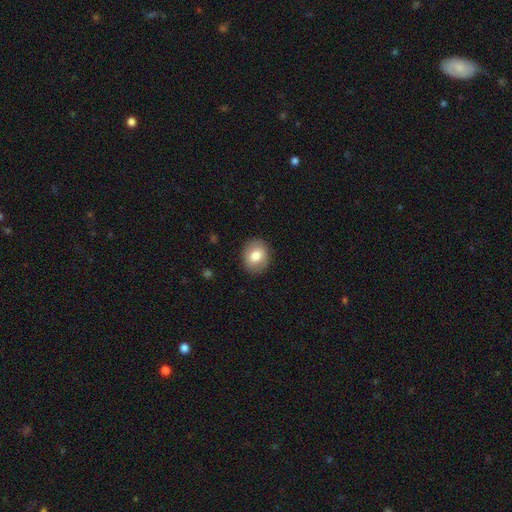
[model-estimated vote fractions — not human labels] Smooth or featured?
  - smooth: 77% *
  - featured or disk: 15%
  - star or artifact: 8%
How rounded?
  - round: 57% *
  - in between: 42%
  - cigar-shaped: 1%
Merging?
  - none: 88% *
  - minor disturbance: 9%
  - major disturbance: 3%
  - merger: 1%